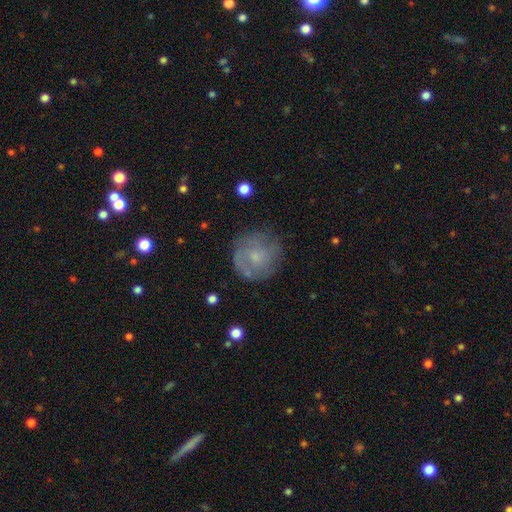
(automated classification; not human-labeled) Smooth or featured? smooth (51%)
How rounded? round (91%)
Merging? none (69%)